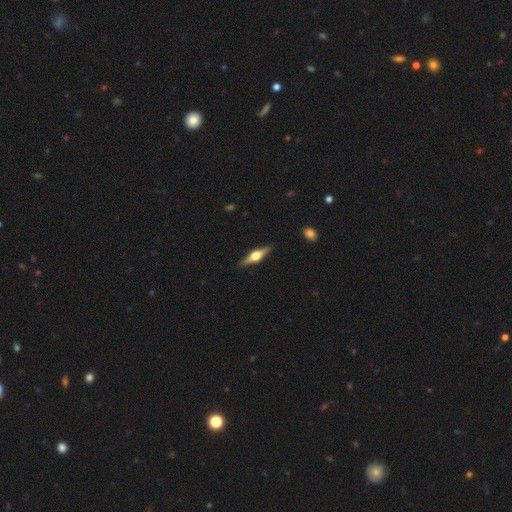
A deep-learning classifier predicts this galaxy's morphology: The model was most divided on "smooth or featured": featured or disk: 71%, smooth: 23%, star or artifact: 6%. More confident: edge-on disk — yes (97%); edge-on bulge — rounded (93%); merging — none (89%).